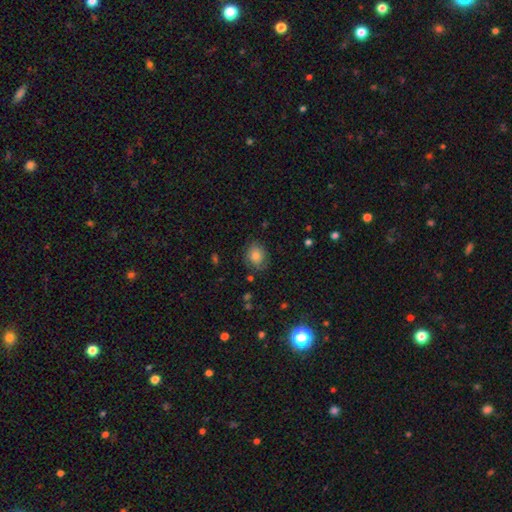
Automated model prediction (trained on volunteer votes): This is likely a smooth galaxy (74%). How rounded: possibly round (54%). Merging: likely none (75%).